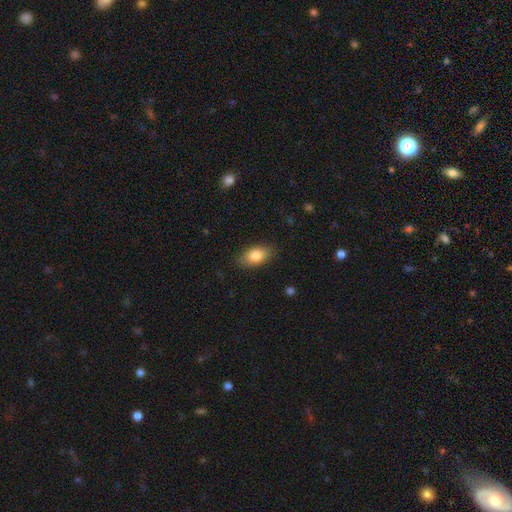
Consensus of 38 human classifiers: smooth 95%, featured or disk 3%, star or artifact 3%. Down the decision tree: how rounded — in between (92%); merging — none (86%).